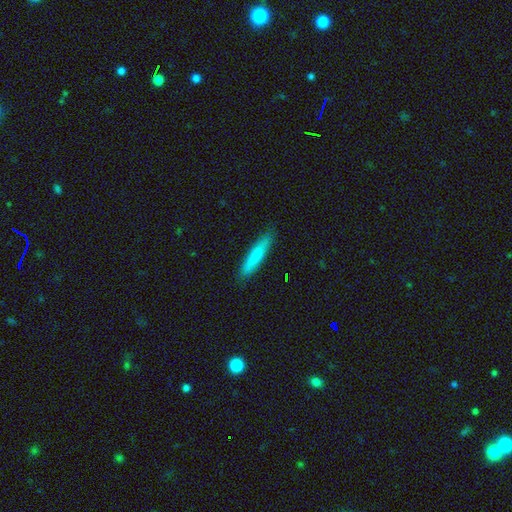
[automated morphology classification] Smooth or featured? smooth (76%)
How rounded? cigar-shaped (90%)
Merging? none (89%)